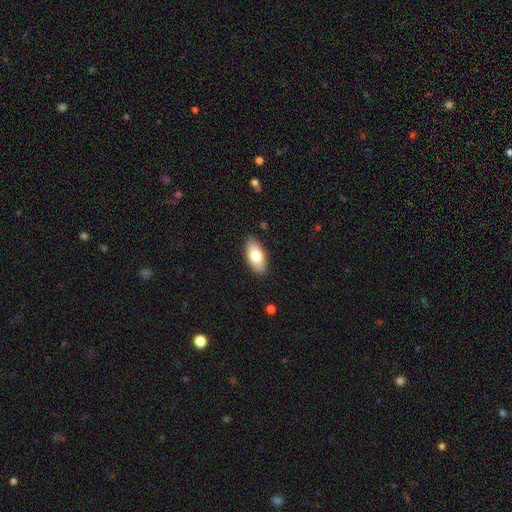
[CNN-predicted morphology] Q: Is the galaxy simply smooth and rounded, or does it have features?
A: smooth — 78%.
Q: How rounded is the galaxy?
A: in between — 92%.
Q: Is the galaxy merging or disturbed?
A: none — 87%.